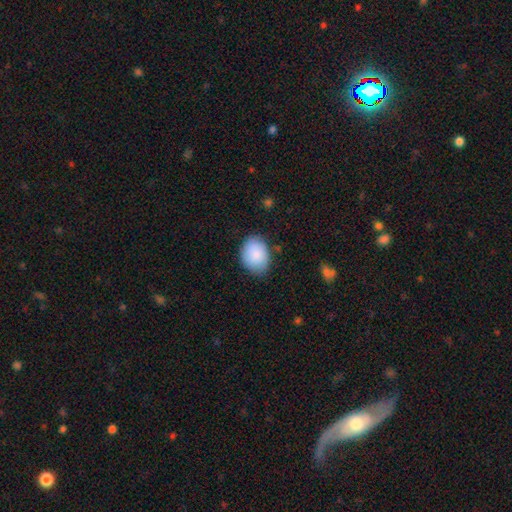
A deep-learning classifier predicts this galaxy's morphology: Smooth or featured? smooth (88%)
How rounded? in between (67%)
Merging? none (79%)